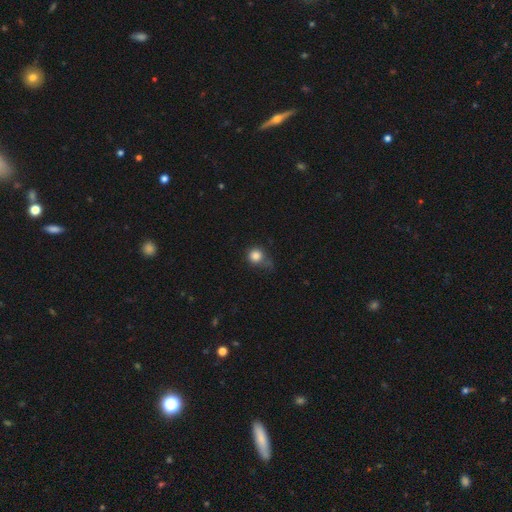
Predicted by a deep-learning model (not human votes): Smooth or featured? Predicted: smooth (p=0.83). How rounded? Predicted: round (p=0.89). Merging? Predicted: none (p=0.49).